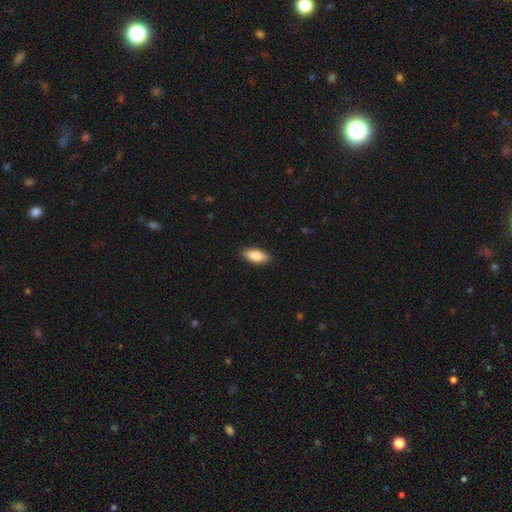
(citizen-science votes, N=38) A smooth galaxy with no disk features (87%) that is in between round and cigar-shaped (91%).

Vote fractions:
- Smooth or featured? smooth: 87% / featured or disk: 8% / star or artifact: 5%
- How rounded? in between: 91% / cigar-shaped: 6% / round: 3%
- Merging? none: 97% / major disturbance: 3% / minor disturbance: 0% / merger: 0%